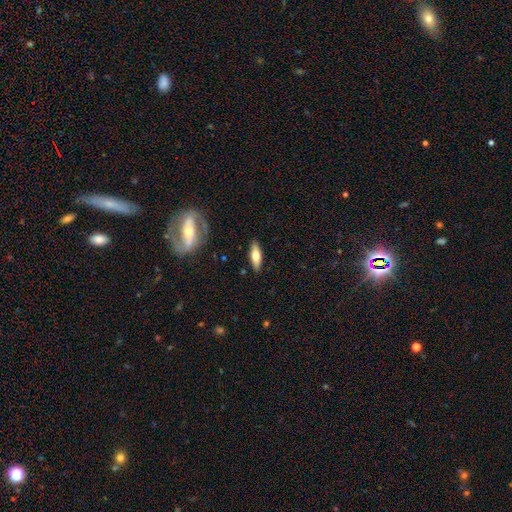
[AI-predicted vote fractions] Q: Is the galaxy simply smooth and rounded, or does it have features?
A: smooth — 62%.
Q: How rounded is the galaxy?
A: in between — 56%.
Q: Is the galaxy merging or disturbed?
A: none — 86%.